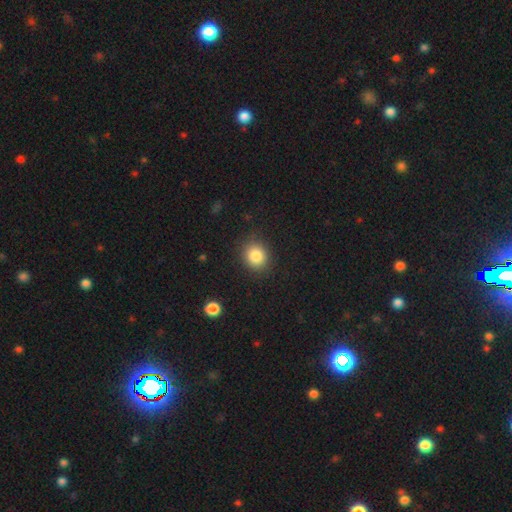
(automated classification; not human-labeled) smooth 85%, star or artifact 10%, featured or disk 5%. Down the decision tree: how rounded — round (76%); merging — none (87%).